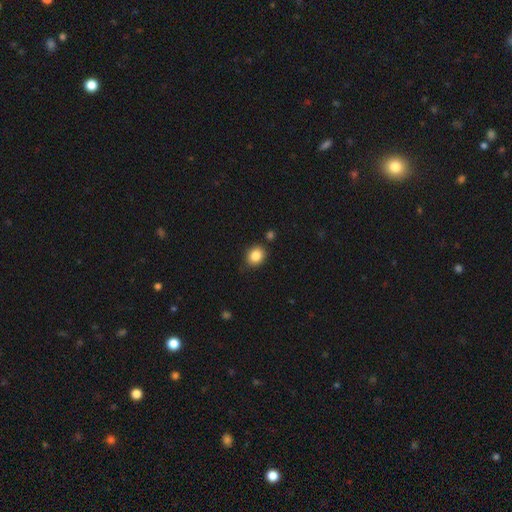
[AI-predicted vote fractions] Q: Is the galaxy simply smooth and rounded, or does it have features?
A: smooth — 86%.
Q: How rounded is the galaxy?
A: round — 57%.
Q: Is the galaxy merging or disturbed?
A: none — 83%.